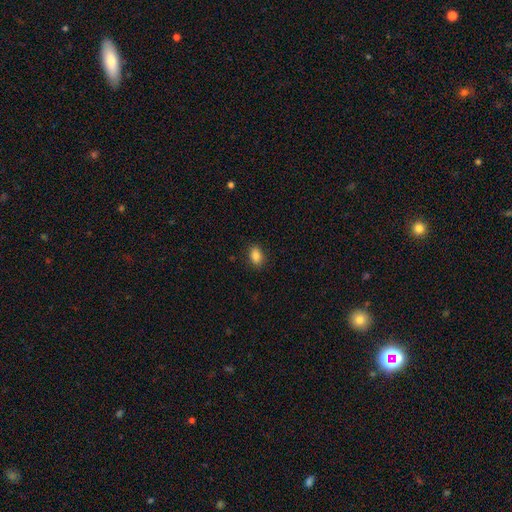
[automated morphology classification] A smooth galaxy with no disk features (86%) that is in between round and cigar-shaped (82%). Merging: none (87%).